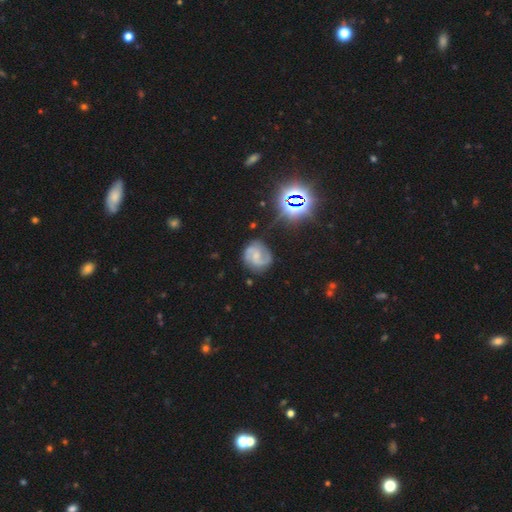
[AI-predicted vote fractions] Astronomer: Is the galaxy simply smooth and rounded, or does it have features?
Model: featured or disk — 77%.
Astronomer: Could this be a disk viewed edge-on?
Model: no — 98%.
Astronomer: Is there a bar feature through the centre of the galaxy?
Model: weak — 45% (runner-up: no, 44%).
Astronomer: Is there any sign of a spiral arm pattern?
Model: yes — 95%.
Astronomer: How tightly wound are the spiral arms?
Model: medium — 52%.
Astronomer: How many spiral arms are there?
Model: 2 — 85%.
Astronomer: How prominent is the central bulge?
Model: small — 51%.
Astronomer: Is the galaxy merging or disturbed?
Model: none — 75%.